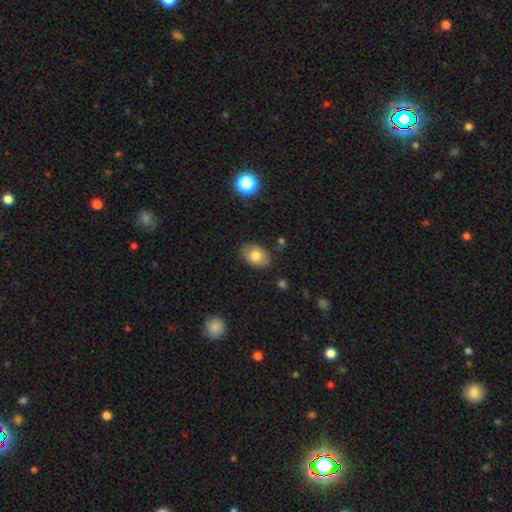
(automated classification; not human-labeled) Overall: smooth (76%). How rounded: in between (83%). Merging: none (81%).